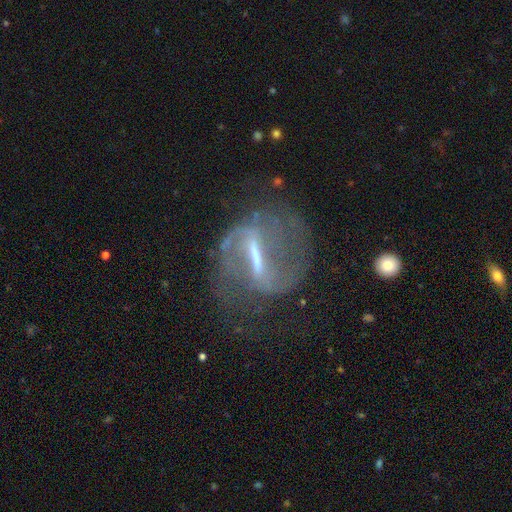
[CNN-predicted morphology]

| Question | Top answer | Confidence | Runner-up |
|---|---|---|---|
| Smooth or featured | featured or disk | 84% | star or artifact (8%) |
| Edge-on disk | no | 92% | yes (8%) |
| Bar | strong | 75% | weak (20%) |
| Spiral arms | yes | 85% | no (15%) |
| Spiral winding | medium | 43% | loose (39%) |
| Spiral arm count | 2 | 80% | can't tell (9%) |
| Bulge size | moderate | 34% | small (33%) |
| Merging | none | 55% | major disturbance (24%) |